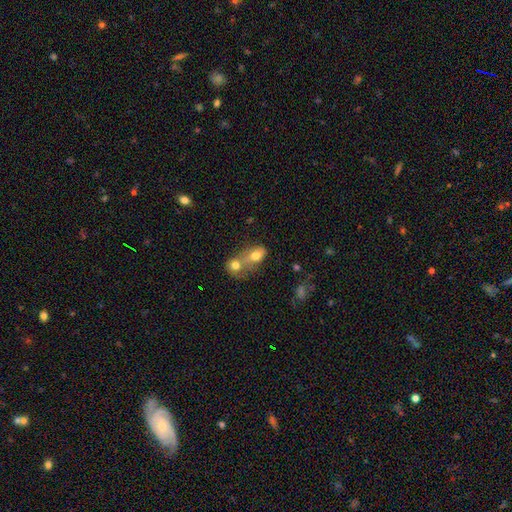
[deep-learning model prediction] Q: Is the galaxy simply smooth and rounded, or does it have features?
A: smooth — 75%.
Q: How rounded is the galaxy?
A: in between — 76%.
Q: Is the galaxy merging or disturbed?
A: merger — 67%.